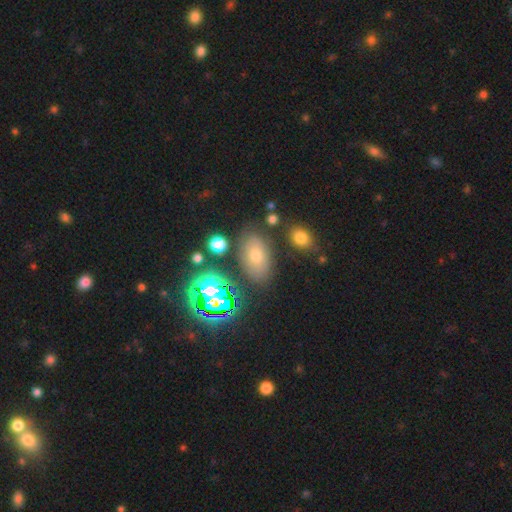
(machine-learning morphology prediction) This is possibly a smooth galaxy (54%). How rounded: clearly in between (88%). Merging: likely none (78%).